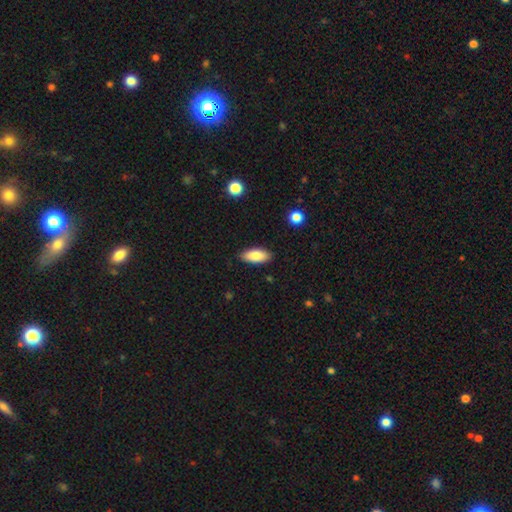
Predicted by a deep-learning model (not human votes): The model was most divided on "how rounded": in between: 87%, cigar-shaped: 11%, round: 2%. More confident: merging — none (87%); smooth or featured — smooth (86%).